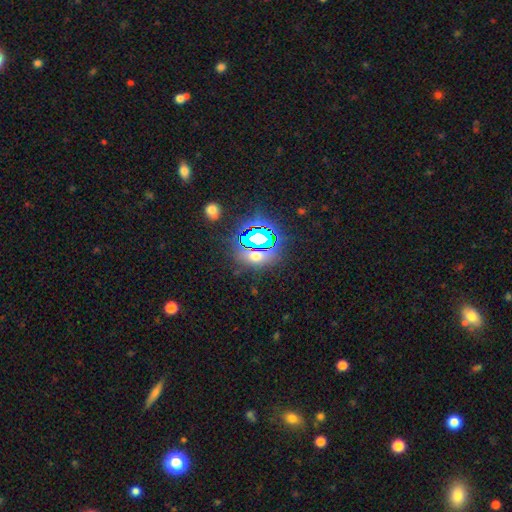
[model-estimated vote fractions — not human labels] The model was most divided on "smooth or featured": star or artifact: 56%, smooth: 33%, featured or disk: 11%.